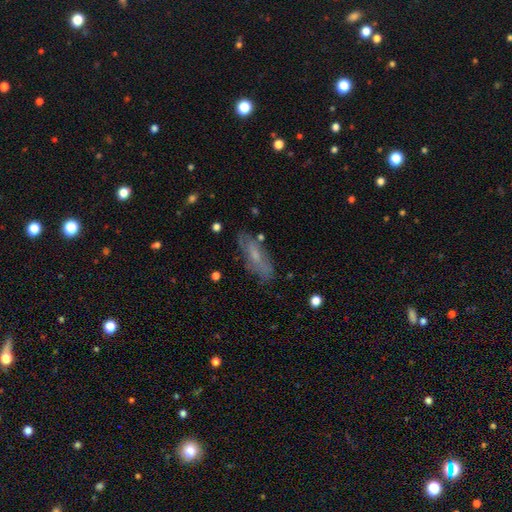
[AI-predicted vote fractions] The model was most divided on "smooth or featured": smooth: 48%, featured or disk: 44%, star or artifact: 9%. More confident: merging — none (71%).